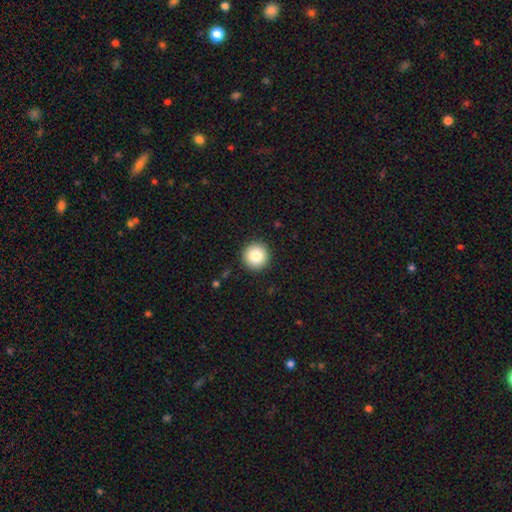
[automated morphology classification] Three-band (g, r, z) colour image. It shows a smooth galaxy with no disk features (84%) that is round (96%). Merging: none (92%).